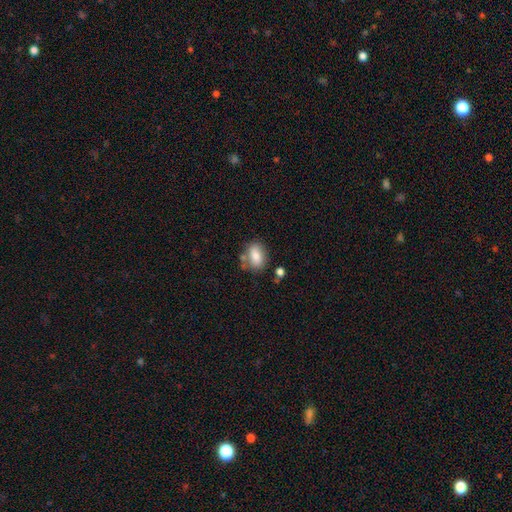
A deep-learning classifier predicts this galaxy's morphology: Smooth or featured? smooth (79%)
How rounded? in between (81%)
Merging? none (62%)